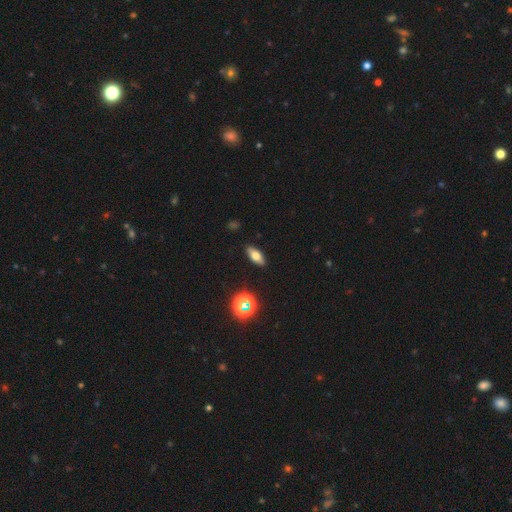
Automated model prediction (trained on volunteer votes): smooth 65%, featured or disk 24%, star or artifact 11%. Down the decision tree: how rounded — in between (76%); merging — none (89%).